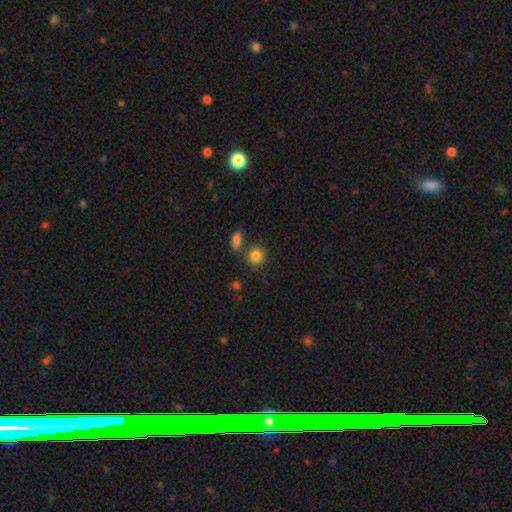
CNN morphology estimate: The model was most divided on "merging": none: 70%, merger: 14%, minor disturbance: 11%, major disturbance: 4%. More confident: smooth or featured — smooth (85%); how rounded — round (80%).